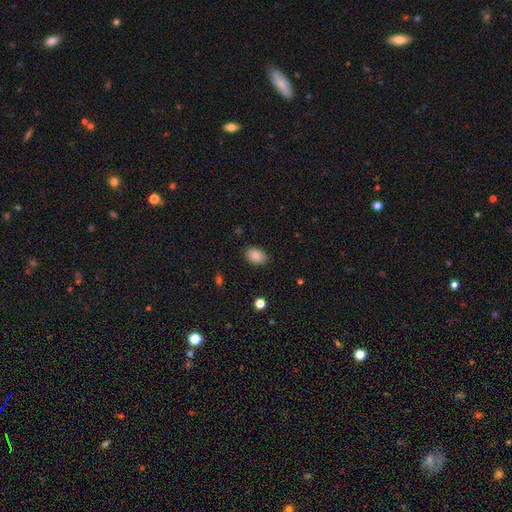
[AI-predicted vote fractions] smooth 86%, star or artifact 8%, featured or disk 5%. Down the decision tree: how rounded — in between (82%); merging — none (87%).